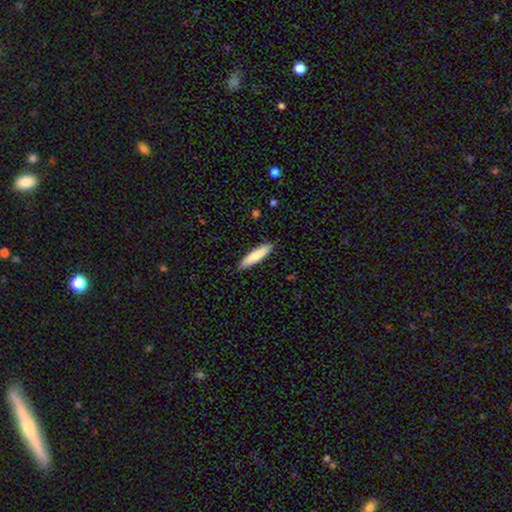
Smooth or featured: smooth — 72% (featured or disk — 22%)
How rounded: cigar-shaped — 81% (in between — 19%)
Merging: none — 94% (major disturbance — 6%)